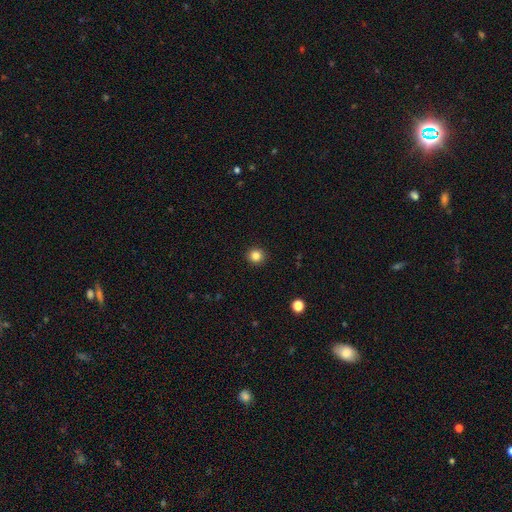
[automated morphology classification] Overall: smooth (84%). How rounded: round (94%). Merging: none (93%).